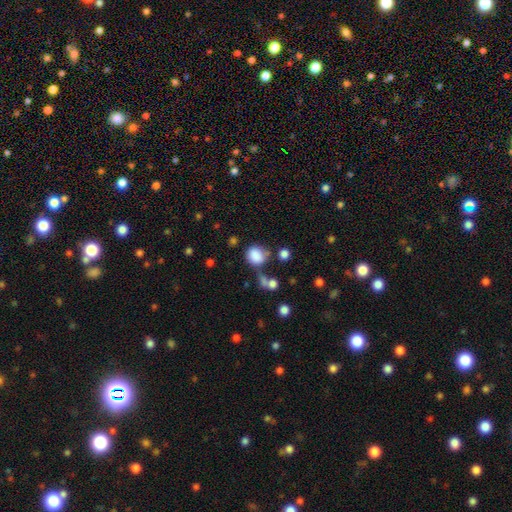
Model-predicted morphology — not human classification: The model was most divided on "merging": none: 50%, minor disturbance: 20%, merger: 18%, major disturbance: 12%. More confident: smooth or featured — smooth (84%); how rounded — round (69%).